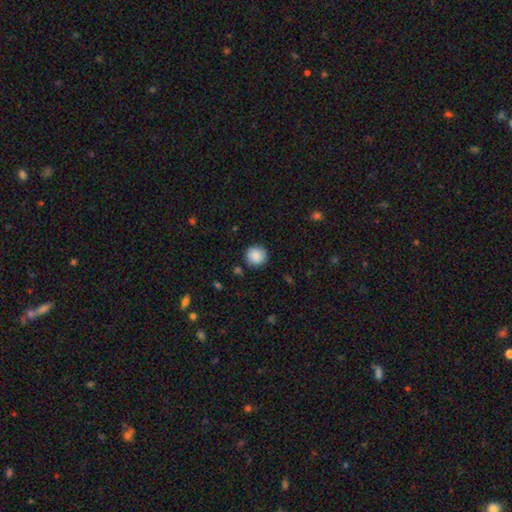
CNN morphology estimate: Smooth or featured? Predicted: smooth (p=0.87). How rounded? Predicted: round (p=0.94). Merging? Predicted: none (p=0.89).